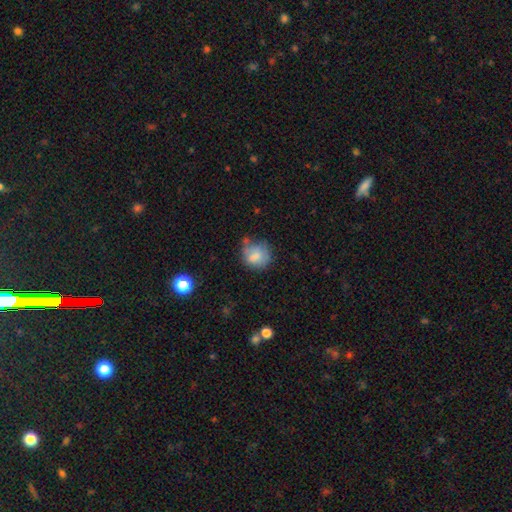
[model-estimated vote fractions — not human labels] This appears to be a smooth galaxy with no disk features (72%) that is round (78%). Merging: none (53%).